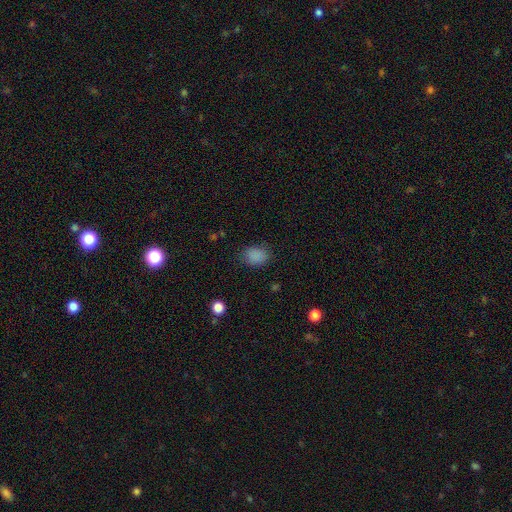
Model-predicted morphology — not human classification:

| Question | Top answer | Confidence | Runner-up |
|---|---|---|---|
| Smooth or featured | smooth | 85% | star or artifact (12%) |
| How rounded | in between | 64% | round (35%) |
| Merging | none | 79% | minor disturbance (15%) |